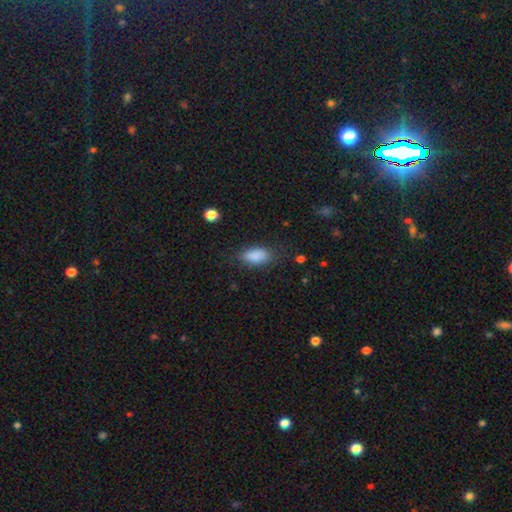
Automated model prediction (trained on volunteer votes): Smooth or featured?
  - smooth: 87% *
  - star or artifact: 8%
  - featured or disk: 5%
How rounded?
  - in between: 90% *
  - cigar-shaped: 6%
  - round: 4%
Merging?
  - none: 78% *
  - minor disturbance: 15%
  - major disturbance: 5%
  - merger: 1%